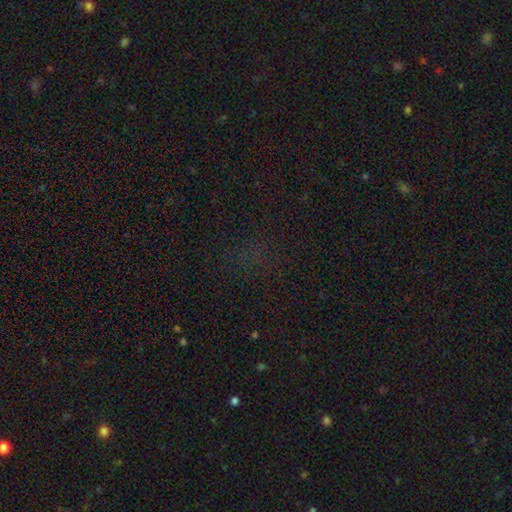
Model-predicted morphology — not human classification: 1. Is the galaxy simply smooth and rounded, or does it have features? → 64% star or artifact, 25% smooth, 10% featured or disk.